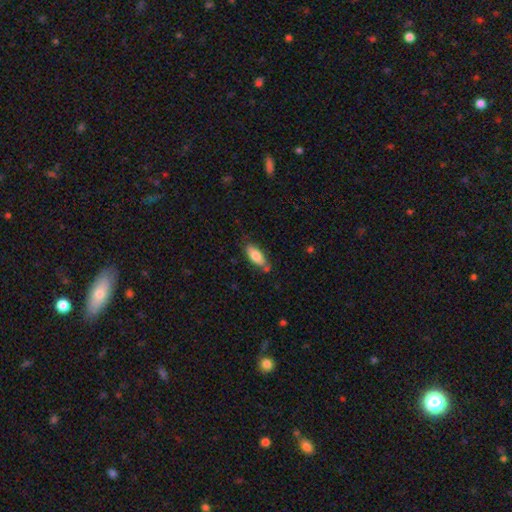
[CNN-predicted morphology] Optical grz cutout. It shows a smooth galaxy with no disk features (74%) that is in between round and cigar-shaped (79%). Merging: none (67%).